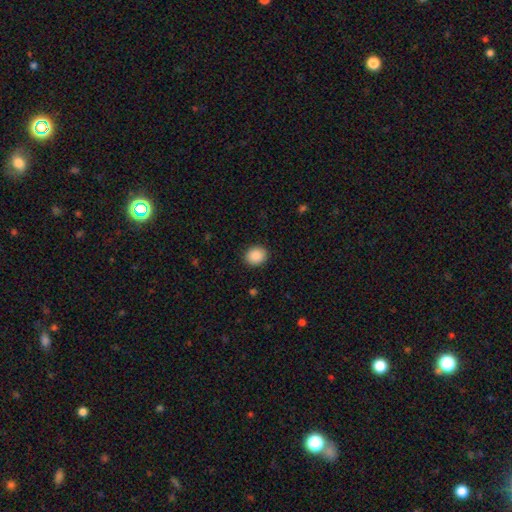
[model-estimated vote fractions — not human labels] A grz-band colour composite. It shows a smooth galaxy with no disk features (89%) that is round (75%). Merging: none (91%).